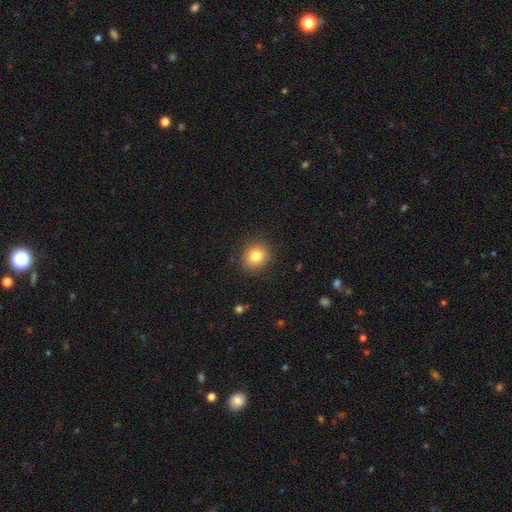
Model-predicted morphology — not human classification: This appears to be a smooth galaxy with no disk features (82%) that is round (75%). Merging: none (88%).